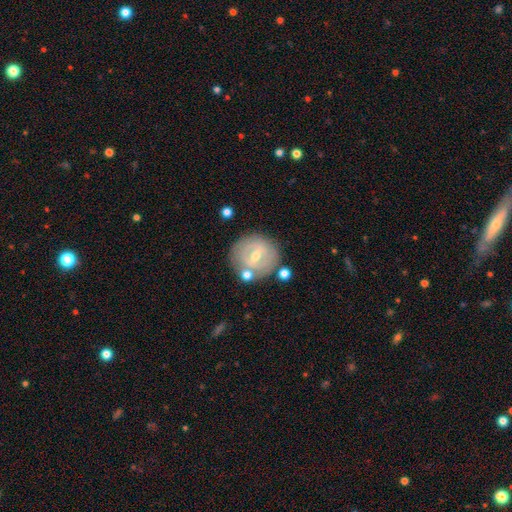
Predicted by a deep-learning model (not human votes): smooth-or-featured: featured or disk: 62% | smooth: 31% | star or artifact: 7%
  disk-edge-on: no: 95% | yes: 5%
    bar: weak: 51% | strong: 30% | no: 19%
    has-spiral-arms: no: 55% | yes: 45%
    bulge-size: moderate: 57% | small: 39% | large: 2% | none: 1% | dominant: 1%
  merging: none: 75% | minor disturbance: 13% | merger: 7% | major disturbance: 5%